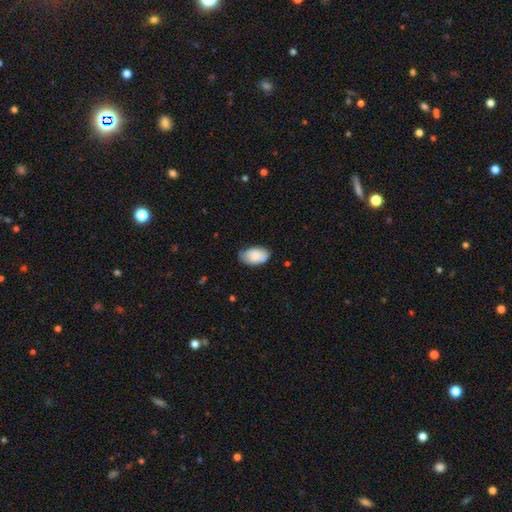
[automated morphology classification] Smooth or featured? smooth (83%)
How rounded? in between (94%)
Merging? none (70%)